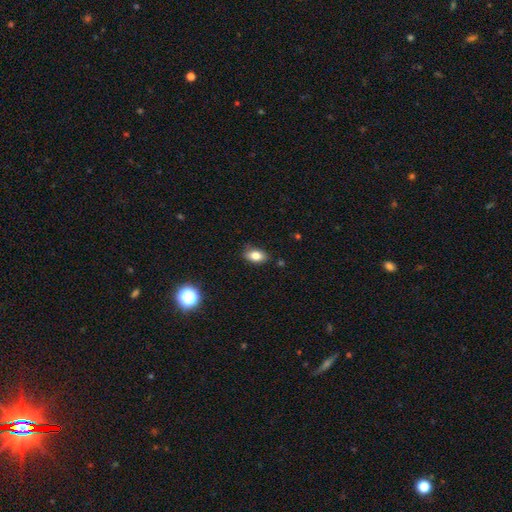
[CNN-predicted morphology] smooth-or-featured: smooth: 82% | star or artifact: 9% | featured or disk: 9%
  how-rounded: in between: 88% | round: 9% | cigar-shaped: 3%
  merging: none: 82% | minor disturbance: 14% | major disturbance: 3% | merger: 2%